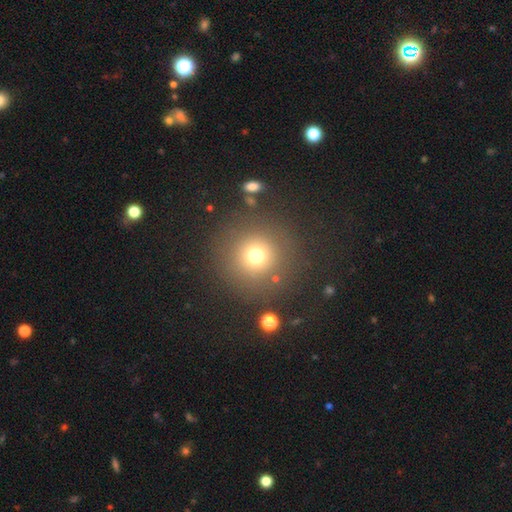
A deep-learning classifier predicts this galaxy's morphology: This is likely a smooth galaxy (72%). How rounded: clearly round (95%). Merging: clearly none (83%).